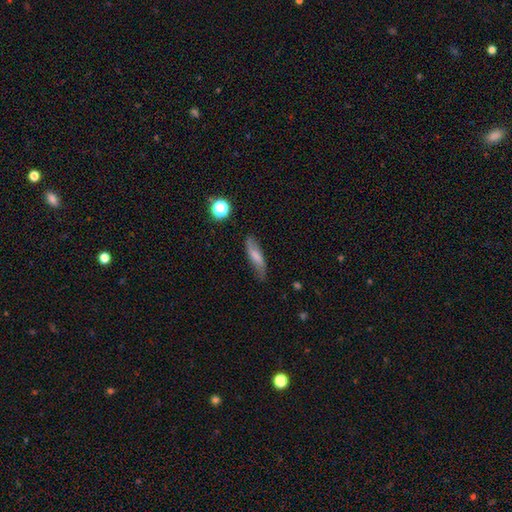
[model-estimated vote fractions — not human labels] Overall: smooth (63%; featured or disk 29%). How rounded: cigar-shaped (58%; in between 39%). Merging: none (71%).